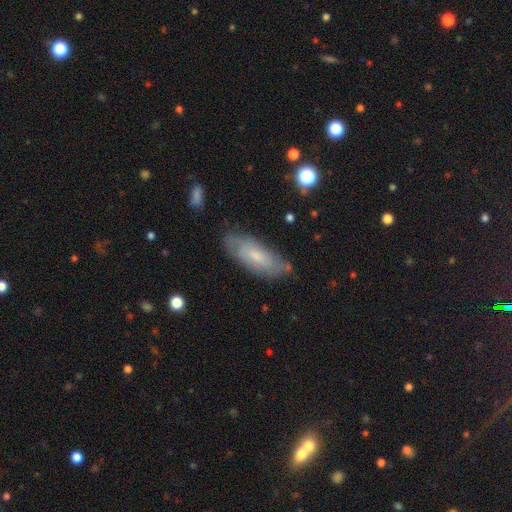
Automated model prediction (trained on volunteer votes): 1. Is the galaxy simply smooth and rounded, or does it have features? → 56% smooth, 37% featured or disk, 7% star or artifact.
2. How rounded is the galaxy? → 73% in between, 25% cigar-shaped, 2% round.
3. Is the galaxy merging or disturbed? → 74% none, 19% minor disturbance, 4% major disturbance, 2% merger.